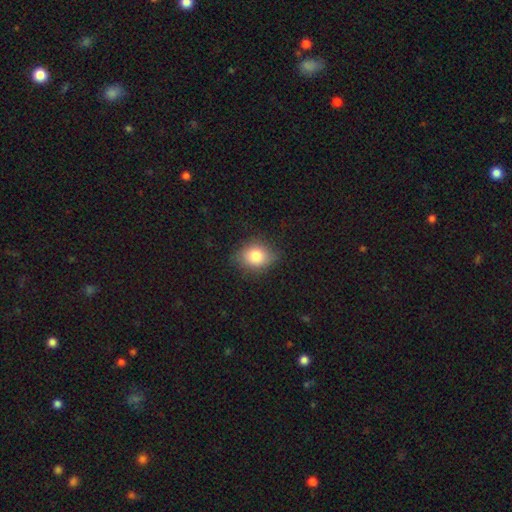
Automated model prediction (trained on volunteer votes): Q: Smooth or featured?
A: smooth (81%); runner-up: featured or disk (10%)
Q: How rounded?
A: in between (52%); runner-up: round (47%)
Q: Merging?
A: none (75%); runner-up: minor disturbance (20%)